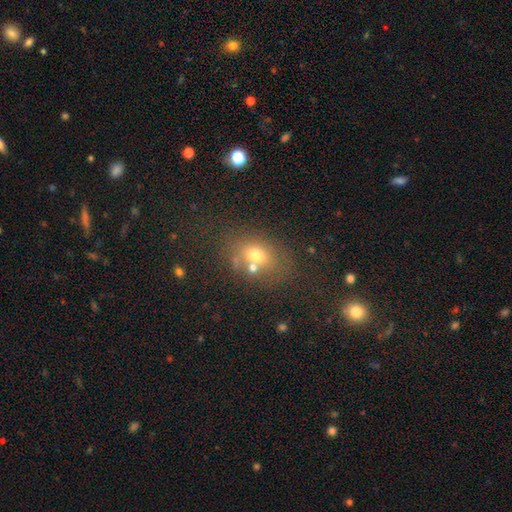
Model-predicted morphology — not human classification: Overall: smooth (66%). How rounded: in between (64%; round 35%). Merging: none (58%; merger 20%).